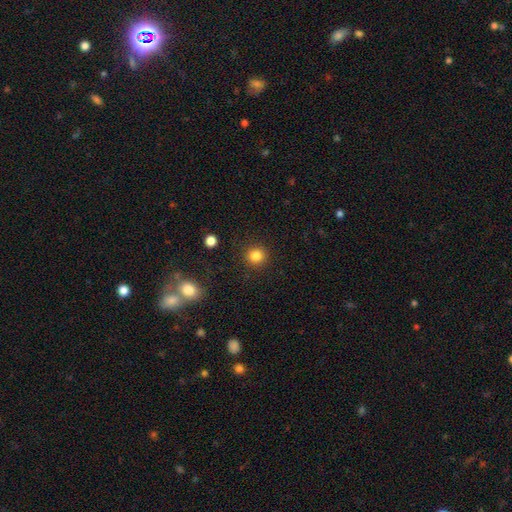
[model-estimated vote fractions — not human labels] The model was most divided on "smooth or featured": smooth: 83%, star or artifact: 12%, featured or disk: 5%. More confident: how rounded — round (93%); merging — none (91%).